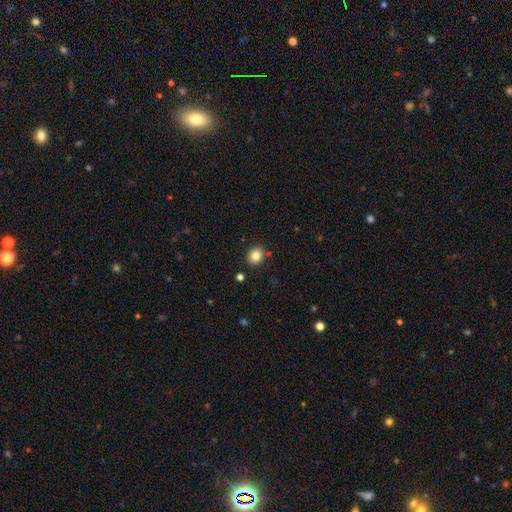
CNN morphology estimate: The model was most divided on "how rounded": round: 77%, in between: 22%, cigar-shaped: 1%. More confident: merging — none (87%); smooth or featured — smooth (82%).